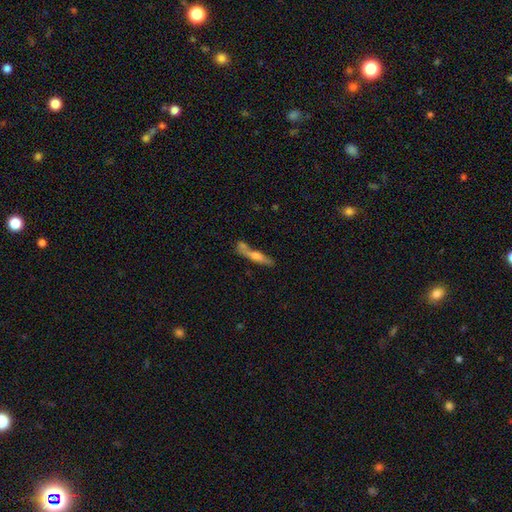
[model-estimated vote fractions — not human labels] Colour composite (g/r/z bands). It shows a featured or disk galaxy (53%) viewed edge-on (86%). Merging: none (57%).